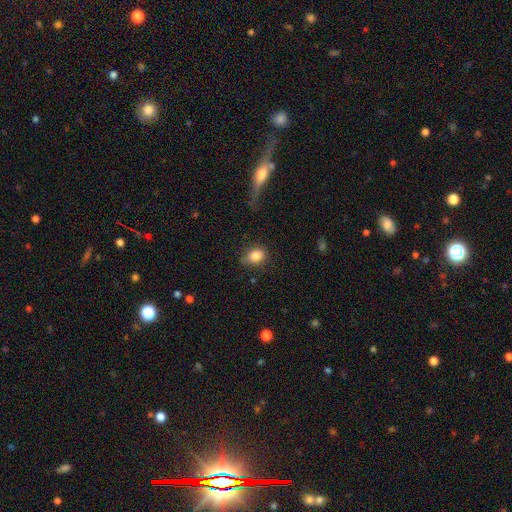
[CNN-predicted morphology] This appears to be a smooth galaxy with no disk features (84%) that is in between round and cigar-shaped (60%). Merging: none (72%).